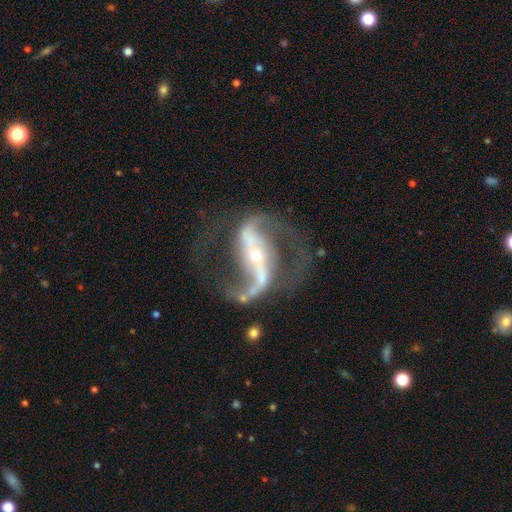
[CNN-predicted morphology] Smooth or featured: featured or disk — 92% (star or artifact — 5%)
Edge-on disk: no — 96% (yes — 4%)
Bar: strong — 66% (weak — 21%)
Spiral arms: yes — 97% (no — 3%)
Spiral winding: loose — 52% (medium — 41%)
Spiral arm count: 2 — 93% (1 — 2%)
Bulge size: small — 61% (moderate — 34%)
Merging: none — 69% (major disturbance — 14%)